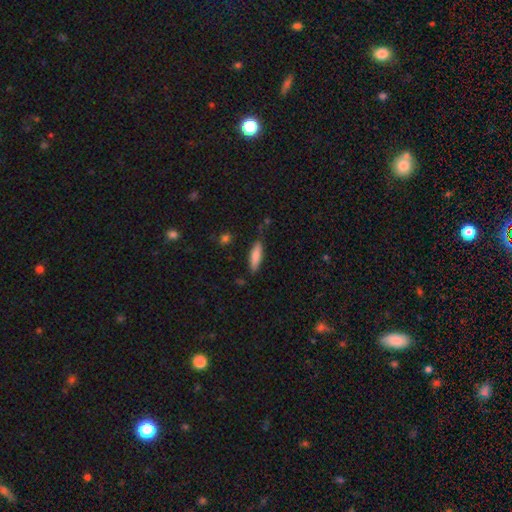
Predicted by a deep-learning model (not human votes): Morphology: type=smooth (81%); roundness=cigar-shaped (65%); merging=none (75%).